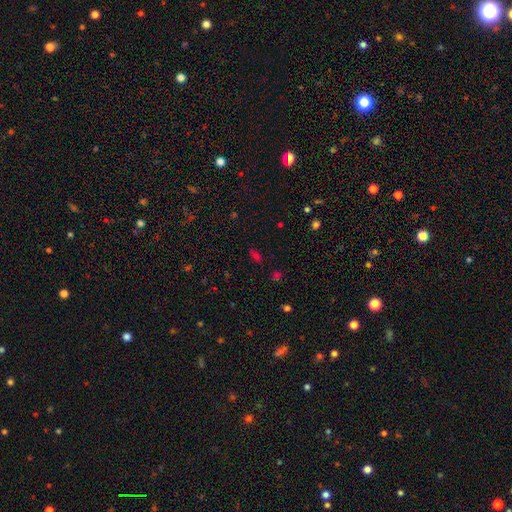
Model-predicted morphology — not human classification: Smooth or featured? Predicted: smooth (p=0.58). How rounded? Predicted: in between (p=0.78). Merging? Predicted: none (p=0.79).